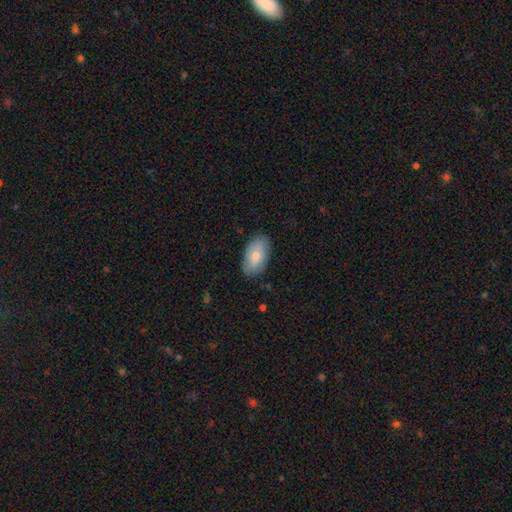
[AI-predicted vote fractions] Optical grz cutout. It shows a smooth galaxy with no disk features (75%) that is in between round and cigar-shaped (94%). Merging: none (83%).